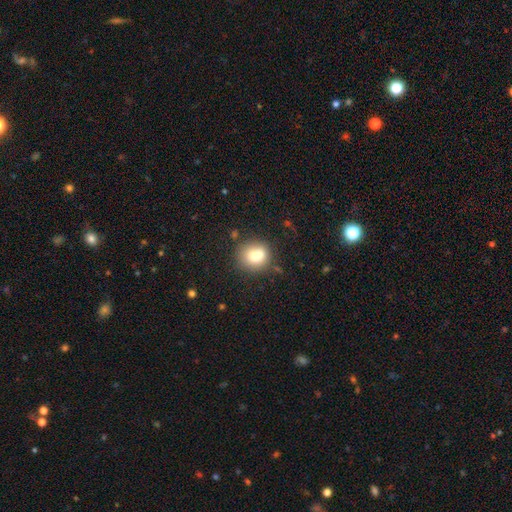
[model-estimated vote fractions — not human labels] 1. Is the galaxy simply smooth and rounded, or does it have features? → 74% smooth, 15% featured or disk, 11% star or artifact.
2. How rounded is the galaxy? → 80% round, 19% in between, 1% cigar-shaped.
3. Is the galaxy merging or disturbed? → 62% none, 19% merger, 15% minor disturbance, 5% major disturbance.